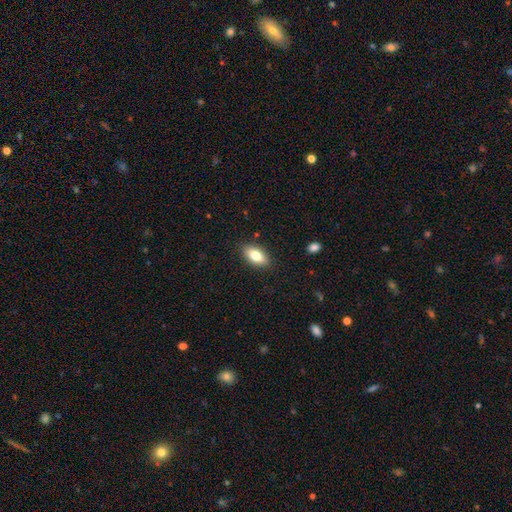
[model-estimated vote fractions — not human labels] smooth 78%, featured or disk 14%, star or artifact 7%. Down the decision tree: how rounded — in between (89%); merging — none (88%).